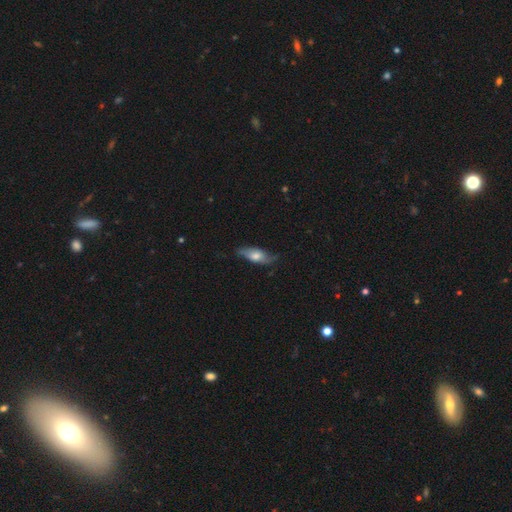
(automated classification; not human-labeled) Smooth or featured?
  - featured or disk: 48% *
  - smooth: 45%
  - star or artifact: 6%
Merging?
  - none: 63% *
  - minor disturbance: 27%
  - major disturbance: 8%
  - merger: 2%